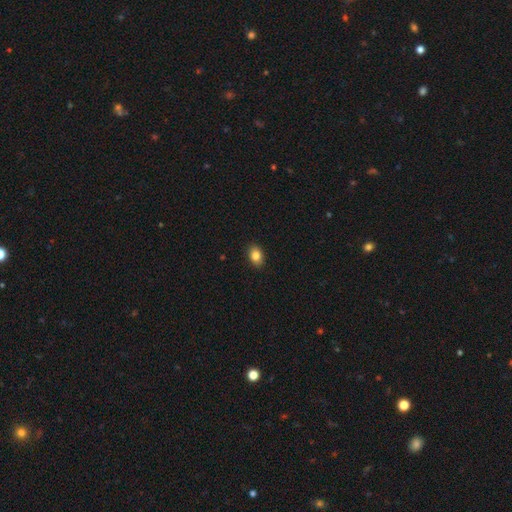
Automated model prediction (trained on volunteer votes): Smooth or featured? Predicted: smooth (p=0.85). How rounded? Predicted: in between (p=0.80). Merging? Predicted: none (p=0.90).